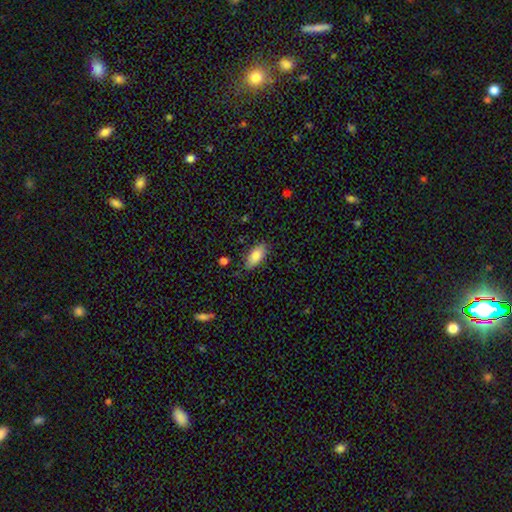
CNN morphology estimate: Q: Smooth or featured?
A: smooth (84%); runner-up: featured or disk (10%)
Q: How rounded?
A: in between (89%); runner-up: cigar-shaped (9%)
Q: Merging?
A: none (81%); runner-up: minor disturbance (14%)